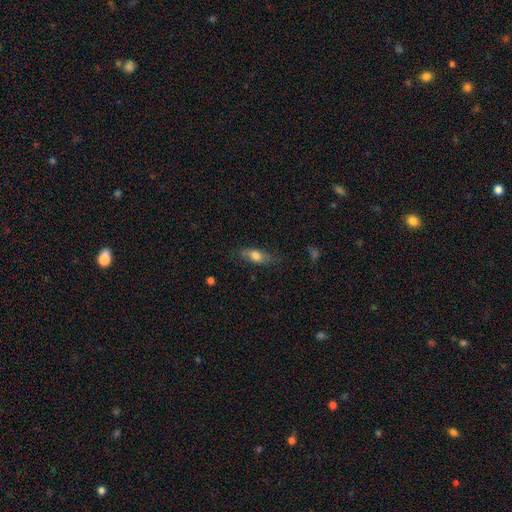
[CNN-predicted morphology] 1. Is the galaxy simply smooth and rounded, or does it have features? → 70% smooth, 23% featured or disk, 8% star or artifact.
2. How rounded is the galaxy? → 70% in between, 25% cigar-shaped, 5% round.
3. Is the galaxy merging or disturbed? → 72% none, 21% minor disturbance, 6% major disturbance, 2% merger.